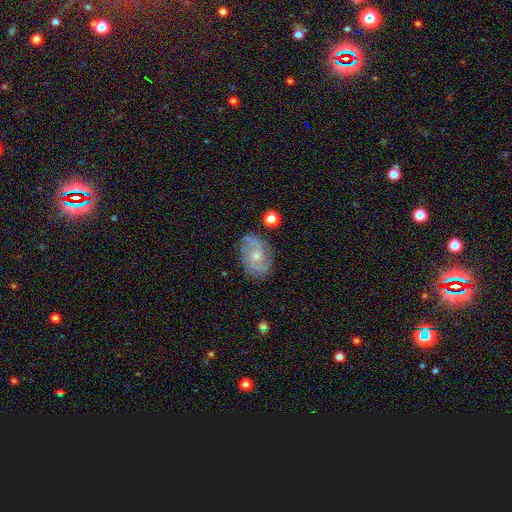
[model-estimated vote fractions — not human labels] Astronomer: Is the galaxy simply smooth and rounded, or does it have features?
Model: featured or disk — 82%.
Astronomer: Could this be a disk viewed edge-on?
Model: no — 97%.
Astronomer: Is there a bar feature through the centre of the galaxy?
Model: no — 68%.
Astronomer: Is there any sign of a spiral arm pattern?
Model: yes — 95%.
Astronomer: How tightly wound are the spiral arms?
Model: medium — 48% (runner-up: tight, 33%).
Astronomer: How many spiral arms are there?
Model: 2 — 57%.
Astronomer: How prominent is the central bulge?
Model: small — 62%.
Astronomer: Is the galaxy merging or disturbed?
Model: none — 77%.